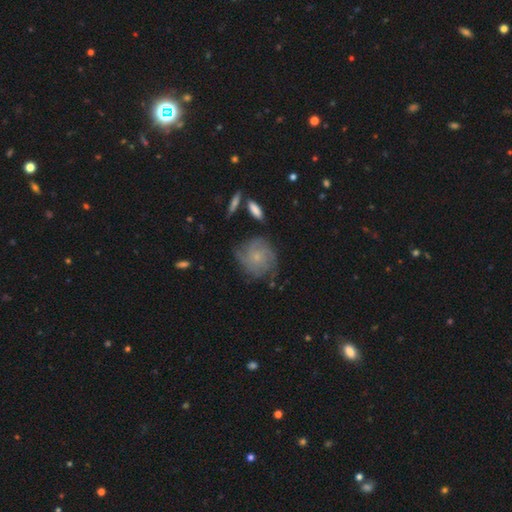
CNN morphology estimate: This appears to be a featured or disk galaxy (61%) with no bar (82%), tight (55%) spiral arms (87%) and a small central bulge (76%). Merging: none (69%).